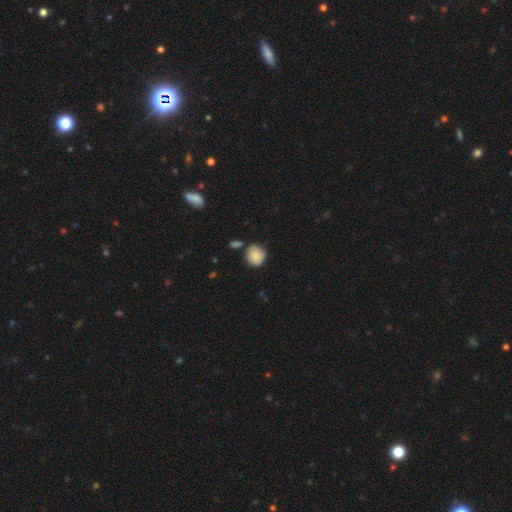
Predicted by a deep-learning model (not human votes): Q: Smooth or featured?
A: smooth (84%); runner-up: featured or disk (8%)
Q: How rounded?
A: round (82%); runner-up: in between (17%)
Q: Merging?
A: none (68%); runner-up: minor disturbance (20%)